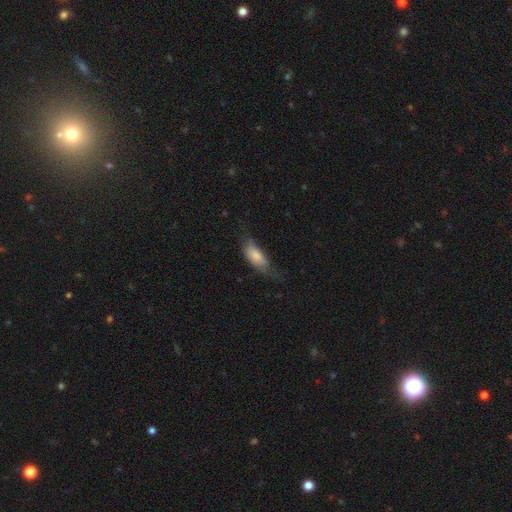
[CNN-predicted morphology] smooth 74%, featured or disk 19%, star or artifact 7%. Down the decision tree: how rounded — in between (79%); merging — none (42%).